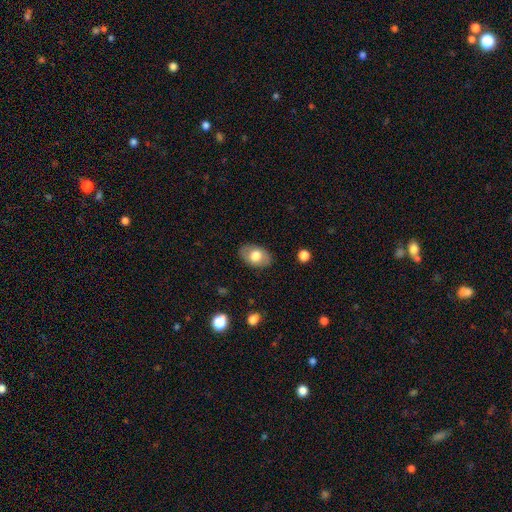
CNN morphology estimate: Overall: smooth (71%). How rounded: in between (85%). Merging: none (84%).